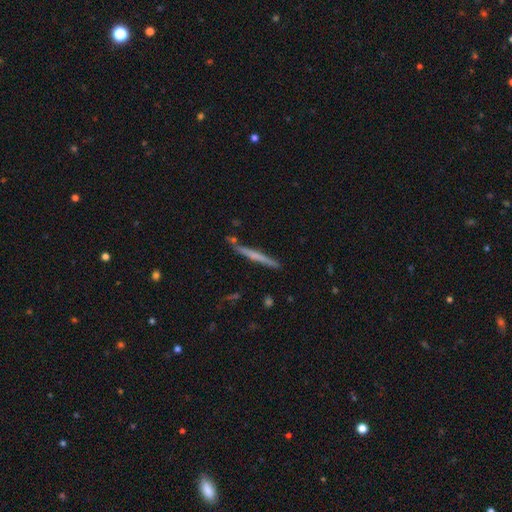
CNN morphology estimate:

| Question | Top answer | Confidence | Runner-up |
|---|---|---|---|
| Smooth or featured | featured or disk | 52% | smooth (42%) |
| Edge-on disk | yes | 97% | no (3%) |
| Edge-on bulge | none | 64% | rounded (25%) |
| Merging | none | 86% | minor disturbance (9%) |